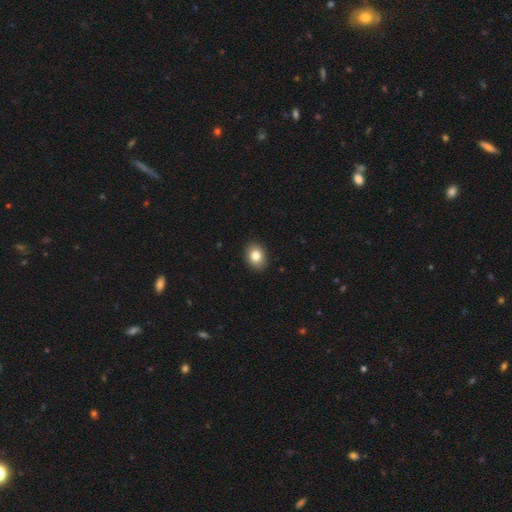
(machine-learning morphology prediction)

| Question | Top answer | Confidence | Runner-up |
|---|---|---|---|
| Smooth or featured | smooth | 83% | star or artifact (9%) |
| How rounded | in between | 67% | round (32%) |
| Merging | none | 90% | minor disturbance (7%) |